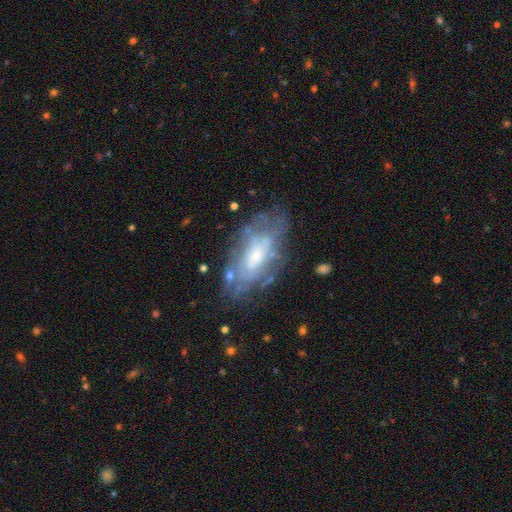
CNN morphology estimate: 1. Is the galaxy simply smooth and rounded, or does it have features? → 66% featured or disk, 26% smooth, 8% star or artifact.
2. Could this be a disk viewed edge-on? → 90% no, 10% yes.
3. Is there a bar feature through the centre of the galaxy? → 74% no, 21% weak, 5% strong.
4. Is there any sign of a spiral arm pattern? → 52% yes, 48% no.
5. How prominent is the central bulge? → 56% small, 32% moderate, 6% large, 5% none, 1% dominant.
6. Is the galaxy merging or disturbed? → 65% none, 20% minor disturbance, 11% major disturbance, 4% merger.